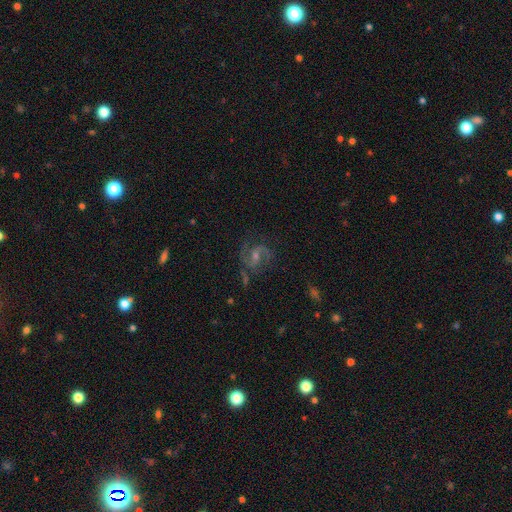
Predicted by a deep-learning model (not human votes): This is clearly a featured or disk galaxy (82%). It is clearly not viewed edge-on (98%). Bar: possibly weak (52%). Spiral arm pattern: clearly yes (96%). Spiral arm count: clearly 2 (84%). Spiral winding: possibly medium (58%). Central bulge: possibly small (50%). Merging: likely none (72%).